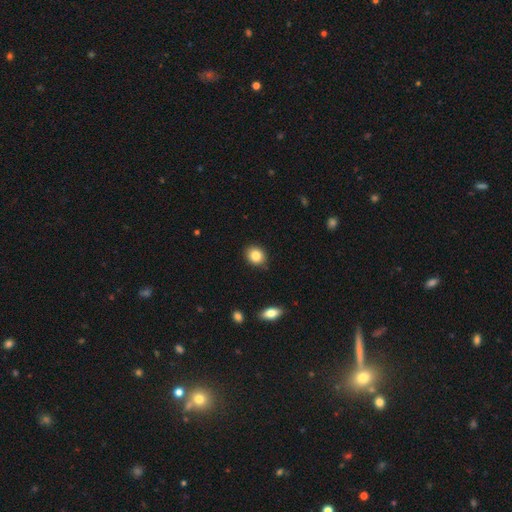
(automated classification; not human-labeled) Smooth or featured: smooth — 84% (star or artifact — 9%)
How rounded: round — 67% (in between — 32%)
Merging: none — 88% (minor disturbance — 9%)